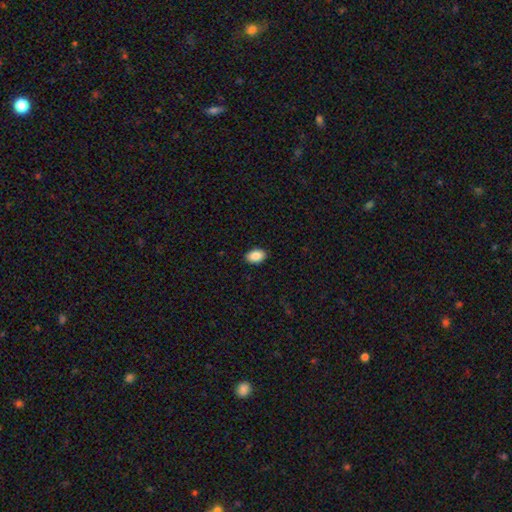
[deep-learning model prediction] smooth-or-featured: smooth: 88% | star or artifact: 7% | featured or disk: 4%
  how-rounded: in between: 89% | round: 10% | cigar-shaped: 1%
  merging: none: 90% | minor disturbance: 8% | major disturbance: 2% | merger: 1%